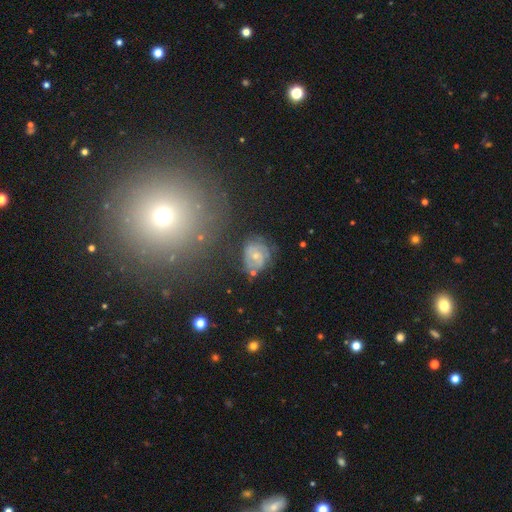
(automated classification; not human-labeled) Smooth or featured?
  - featured or disk: 73% *
  - smooth: 17%
  - star or artifact: 10%
Edge-on disk?
  - no: 97% *
  - yes: 3%
Bar?
  - no: 63% *
  - weak: 31%
  - strong: 6%
Spiral arms?
  - yes: 90% *
  - no: 10%
Spiral winding?
  - tight: 55% *
  - medium: 35%
  - loose: 10%
Spiral arm count?
  - 2: 32% *
  - can't tell: 30%
  - 3: 23%
  - 4: 6%
  - 1: 5%
  - more than 4: 4%
Bulge size?
  - small: 58% *
  - moderate: 38%
  - none: 2%
  - large: 1%
  - dominant: 1%
Merging?
  - none: 63% *
  - minor disturbance: 23%
  - major disturbance: 10%
  - merger: 5%